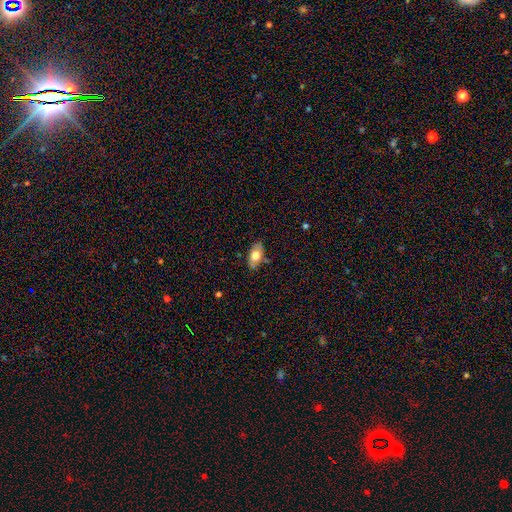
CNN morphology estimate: Smooth or featured? Predicted: smooth (p=0.69). How rounded? Predicted: in between (p=0.91). Merging? Predicted: none (p=0.79).